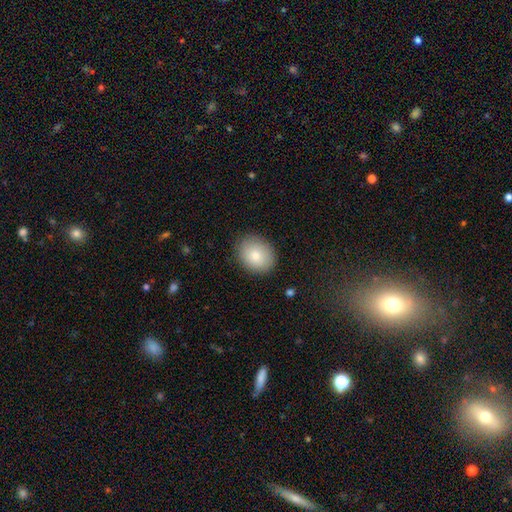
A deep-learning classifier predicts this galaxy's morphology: Overall: smooth (82%). How rounded: in between (52%; round 48%). Merging: none (87%).